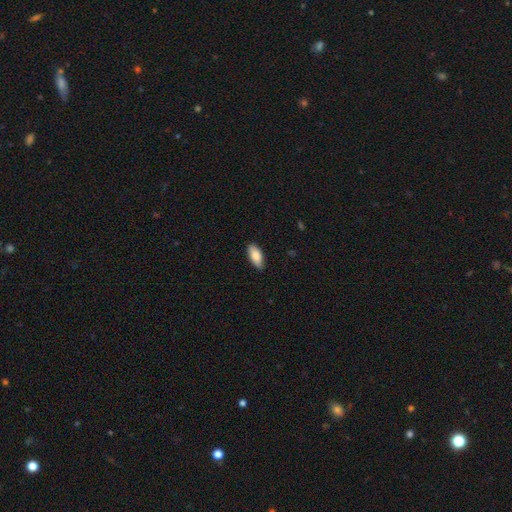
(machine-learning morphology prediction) smooth-or-featured: smooth: 83% | featured or disk: 11% | star or artifact: 6%
  how-rounded: in between: 89% | cigar-shaped: 9% | round: 2%
  merging: none: 85% | minor disturbance: 12% | major disturbance: 2% | merger: 1%